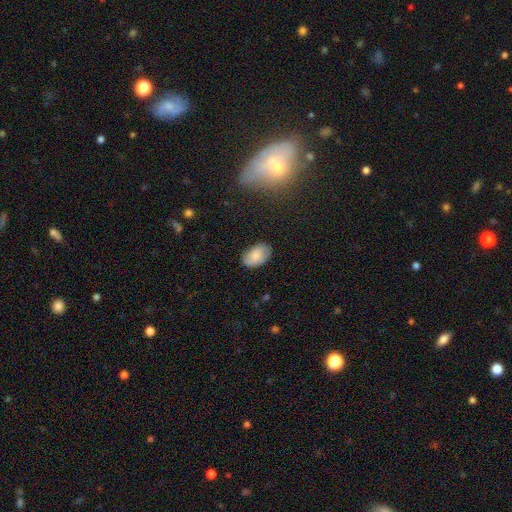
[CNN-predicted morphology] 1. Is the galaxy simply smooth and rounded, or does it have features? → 77% smooth, 15% featured or disk, 8% star or artifact.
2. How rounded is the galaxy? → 90% in between, 9% round, 1% cigar-shaped.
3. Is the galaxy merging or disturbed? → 78% none, 17% minor disturbance, 3% major disturbance, 1% merger.